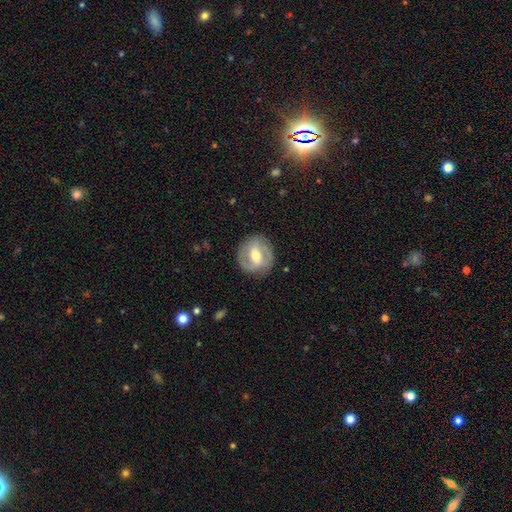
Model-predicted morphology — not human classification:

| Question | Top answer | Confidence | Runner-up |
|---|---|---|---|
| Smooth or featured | featured or disk | 71% | smooth (24%) |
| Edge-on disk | no | 96% | yes (4%) |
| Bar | weak | 45% | strong (37%) |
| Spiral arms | yes | 78% | no (22%) |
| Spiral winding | tight | 42% | tied: medium (42%) |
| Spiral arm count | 2 | 80% | can't tell (11%) |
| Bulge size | moderate | 70% | small (22%) |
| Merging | none | 84% | minor disturbance (11%) |